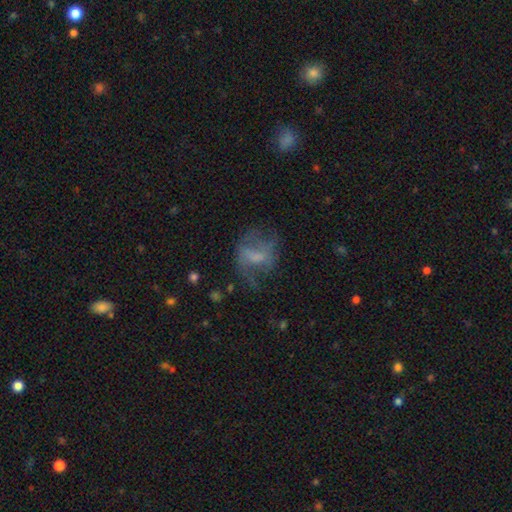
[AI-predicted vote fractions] This appears to be a featured or disk galaxy (49%). Merging: none (40%).